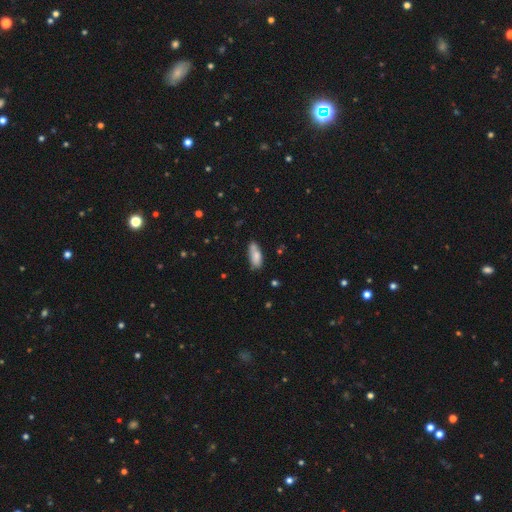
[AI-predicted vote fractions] This appears to be a smooth galaxy with no disk features (78%) that is in between round and cigar-shaped (74%). Merging: none (63%).